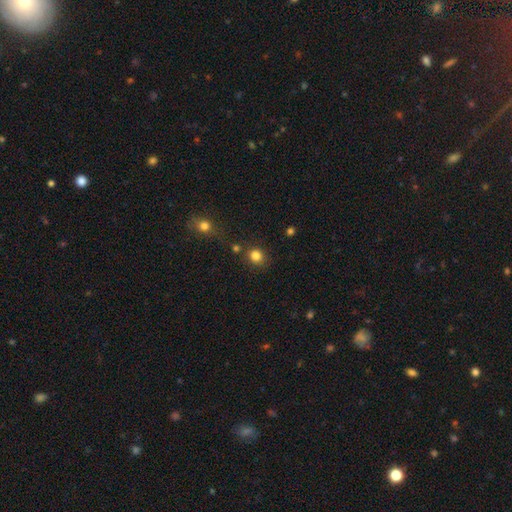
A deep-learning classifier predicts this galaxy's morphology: This is clearly a smooth galaxy (83%). How rounded: clearly round (80%). Merging: likely none (80%).